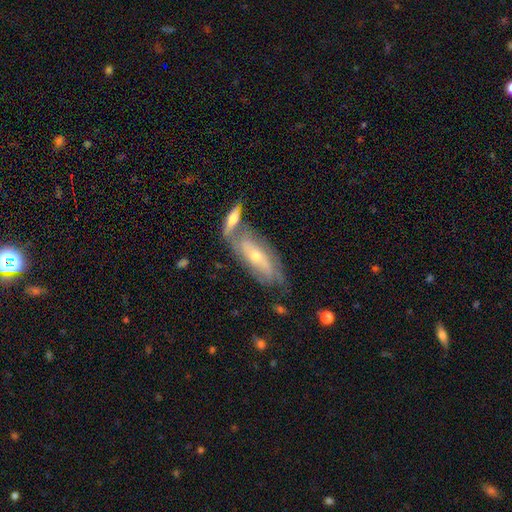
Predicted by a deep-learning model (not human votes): Smooth or featured?
  - featured or disk: 72% *
  - smooth: 21%
  - star or artifact: 7%
Edge-on disk?
  - no: 81% *
  - yes: 19%
Bar?
  - no: 59% *
  - weak: 28%
  - strong: 13%
Spiral arms?
  - yes: 81% *
  - no: 19%
Bulge size?
  - small: 52% *
  - moderate: 44%
  - large: 2%
  - none: 1%
  - dominant: 1%
Merging?
  - none: 47% *
  - merger: 31%
  - minor disturbance: 16%
  - major disturbance: 6%